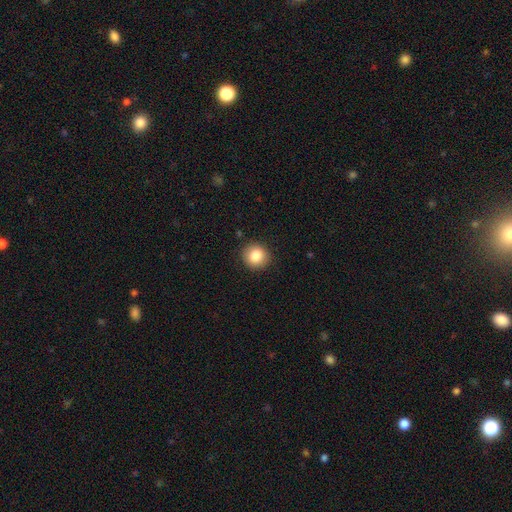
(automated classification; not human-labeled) smooth 85%, star or artifact 9%, featured or disk 6%. Down the decision tree: how rounded — round (89%); merging — none (90%).